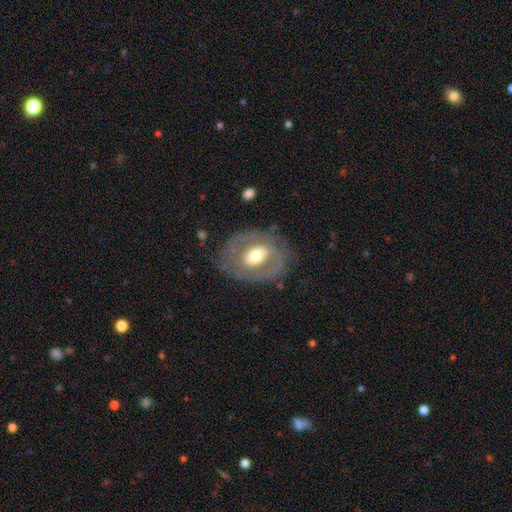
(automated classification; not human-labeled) smooth_or_featured: featured or disk (p=0.65) [alt: smooth p=0.29]
disk_edge_on: no (p=0.94) [alt: yes p=0.06]
bar: no (p=0.42) [alt: weak p=0.36]
has_spiral_arms: no (p=0.54) [alt: yes p=0.46]
bulge_size: moderate (p=0.63) [alt: large p=0.22]
merging: none (p=0.73) [alt: minor disturbance p=0.16]